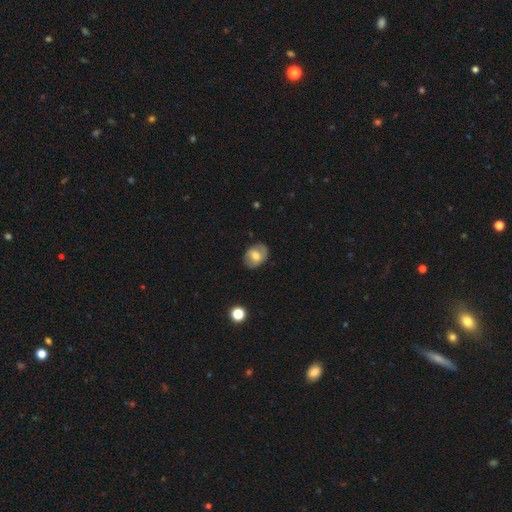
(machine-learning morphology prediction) Smooth or featured? smooth (60%)
How rounded? in between (67%)
Merging? none (79%)